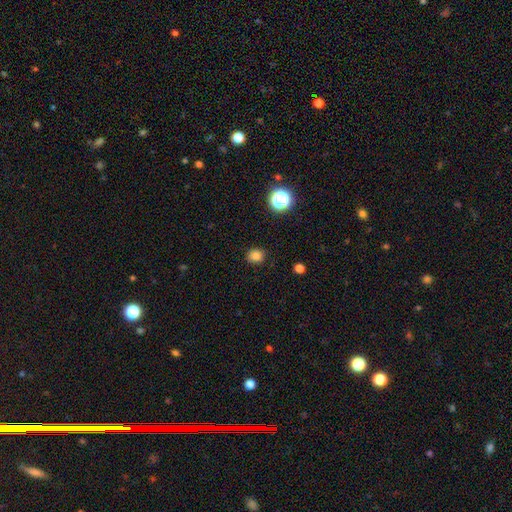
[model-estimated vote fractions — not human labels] Smooth or featured: smooth — 82% (star or artifact — 14%)
How rounded: round — 75% (in between — 24%)
Merging: none — 88% (minor disturbance — 8%)